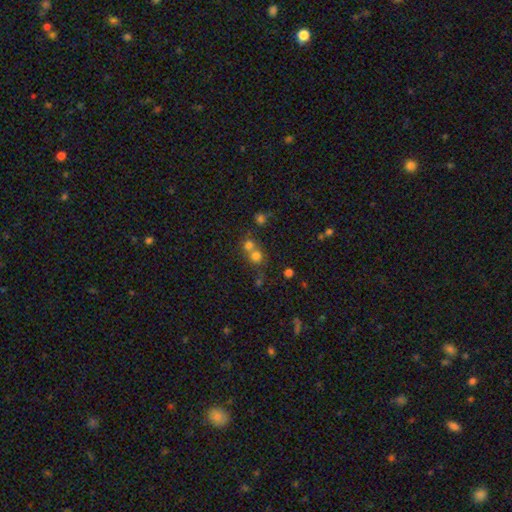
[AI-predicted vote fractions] smooth-or-featured: smooth: 70% | star or artifact: 19% | featured or disk: 12%
  how-rounded: round: 85% | in between: 14% | cigar-shaped: 1%
  merging: merger: 53% | none: 39% | minor disturbance: 5% | major disturbance: 3%